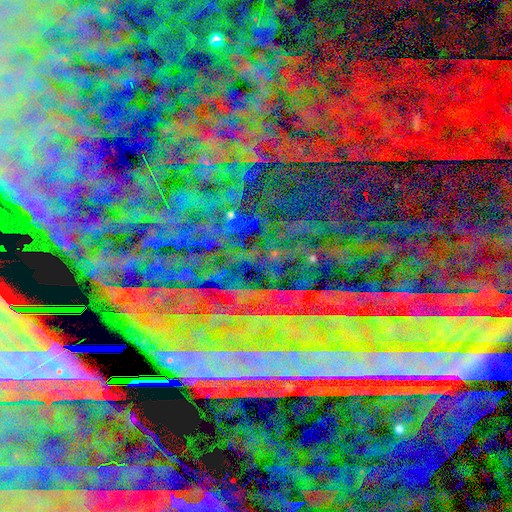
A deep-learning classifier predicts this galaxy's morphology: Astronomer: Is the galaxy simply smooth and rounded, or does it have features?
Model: star or artifact — 89%.